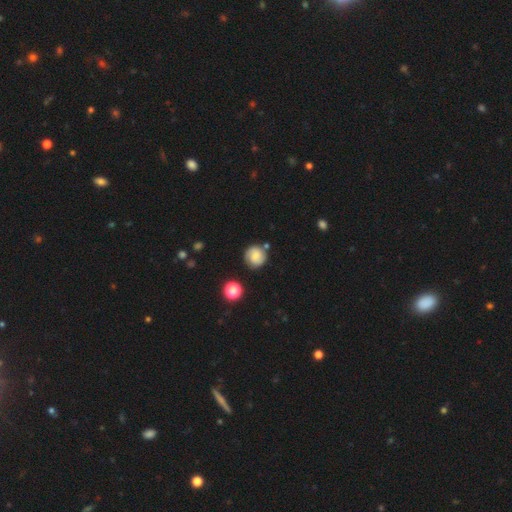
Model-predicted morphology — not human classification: Smooth or featured: smooth — 57% (featured or disk — 33%)
How rounded: round — 90% (in between — 9%)
Merging: none — 78% (minor disturbance — 13%)